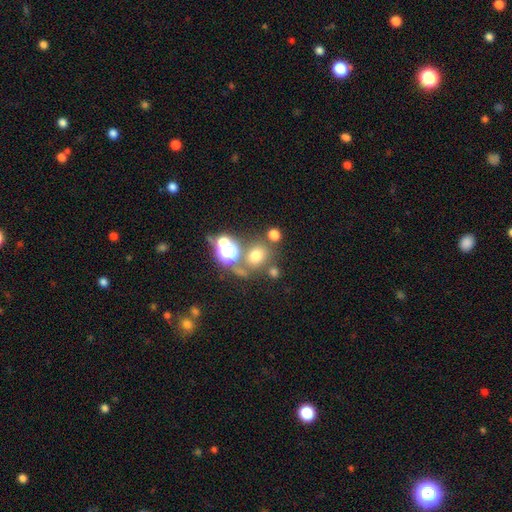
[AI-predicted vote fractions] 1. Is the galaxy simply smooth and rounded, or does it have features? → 63% smooth, 25% star or artifact, 12% featured or disk.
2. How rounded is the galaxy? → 66% round, 33% in between, 1% cigar-shaped.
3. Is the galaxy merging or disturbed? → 60% none, 22% merger, 11% minor disturbance, 7% major disturbance.